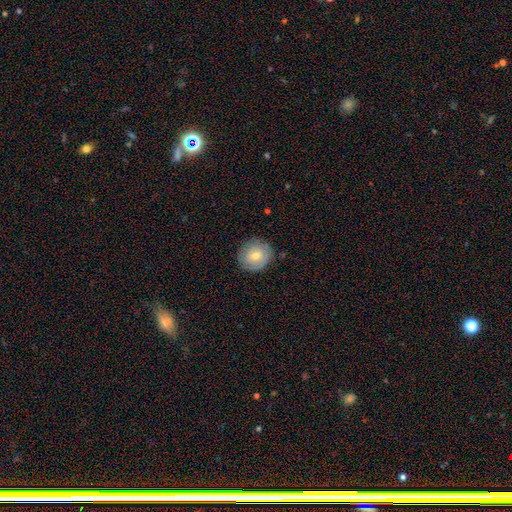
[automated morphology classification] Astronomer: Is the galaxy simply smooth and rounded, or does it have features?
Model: smooth — 61%.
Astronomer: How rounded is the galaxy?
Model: round — 88%.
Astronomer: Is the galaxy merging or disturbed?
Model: none — 84%.